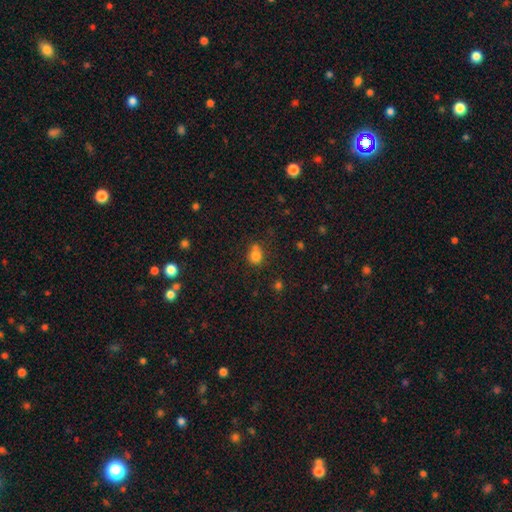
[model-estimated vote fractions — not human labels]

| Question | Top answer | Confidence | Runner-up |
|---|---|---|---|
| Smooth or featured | smooth | 79% | star or artifact (13%) |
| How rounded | round | 57% | in between (42%) |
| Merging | none | 50% | minor disturbance (26%) |